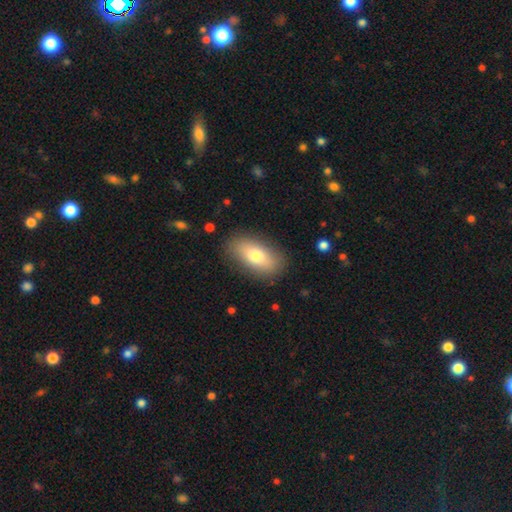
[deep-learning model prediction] smooth 75%, featured or disk 18%, star or artifact 7%. Down the decision tree: how rounded — in between (90%); merging — none (85%).